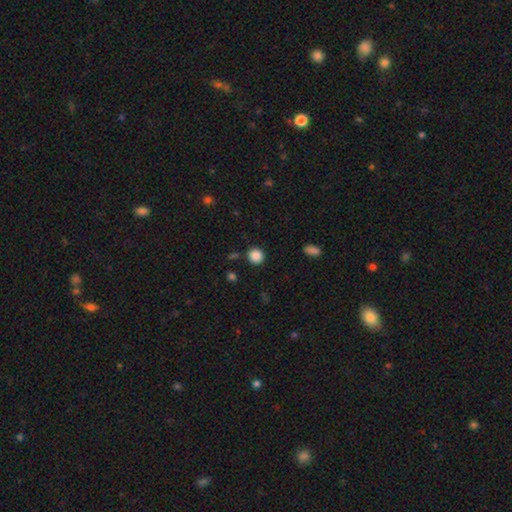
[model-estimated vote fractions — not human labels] Smooth or featured?
  - smooth: 87% *
  - star or artifact: 10%
  - featured or disk: 3%
How rounded?
  - round: 90% *
  - in between: 9%
  - cigar-shaped: 1%
Merging?
  - none: 87% *
  - minor disturbance: 7%
  - merger: 3%
  - major disturbance: 3%